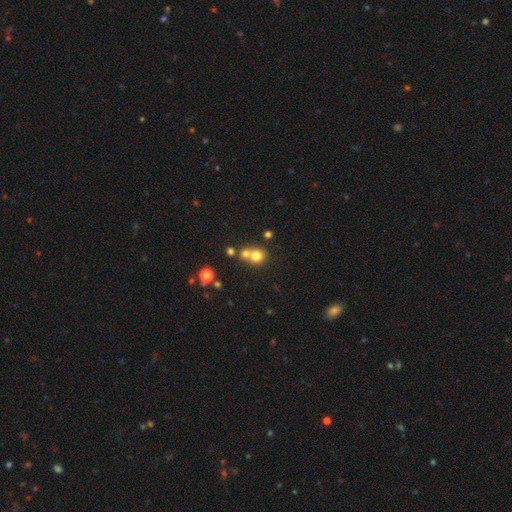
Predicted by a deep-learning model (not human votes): This appears to be a smooth galaxy with no disk features (75%) that is round (84%). Merging: none (48%).